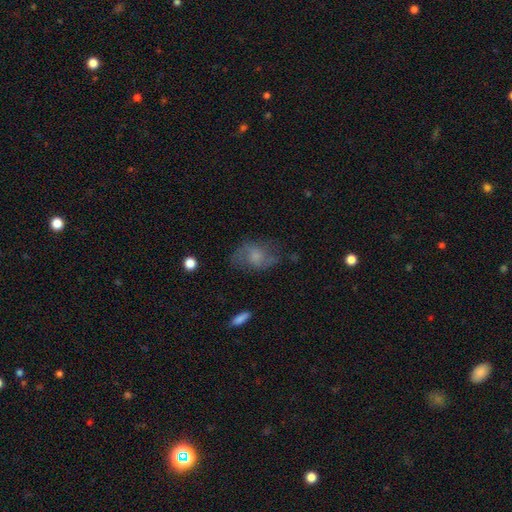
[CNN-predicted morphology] Smooth or featured? Predicted: featured or disk (p=0.45). Merging? Predicted: none (p=0.59).